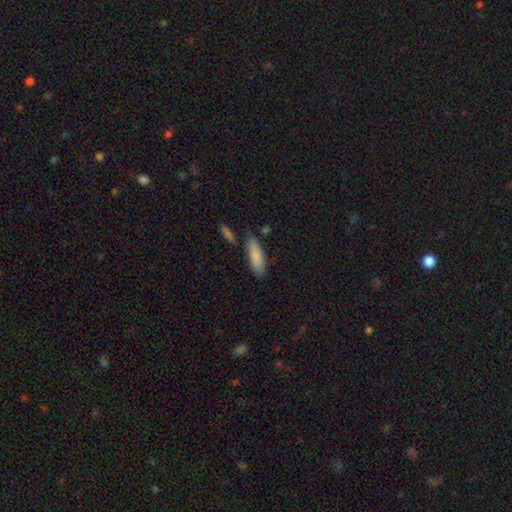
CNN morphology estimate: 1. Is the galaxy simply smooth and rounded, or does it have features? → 84% smooth, 10% featured or disk, 6% star or artifact.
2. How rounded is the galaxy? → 56% in between, 42% cigar-shaped, 2% round.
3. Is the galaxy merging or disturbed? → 76% none, 14% minor disturbance, 6% merger, 3% major disturbance.